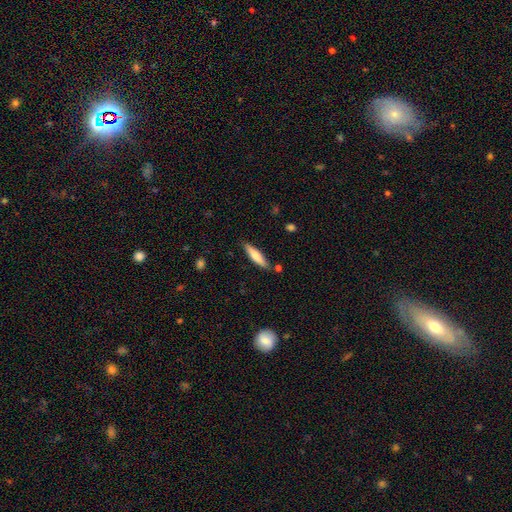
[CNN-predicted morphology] Smooth or featured? Predicted: smooth (p=0.73). How rounded? Predicted: cigar-shaped (p=0.76). Merging? Predicted: none (p=0.82).